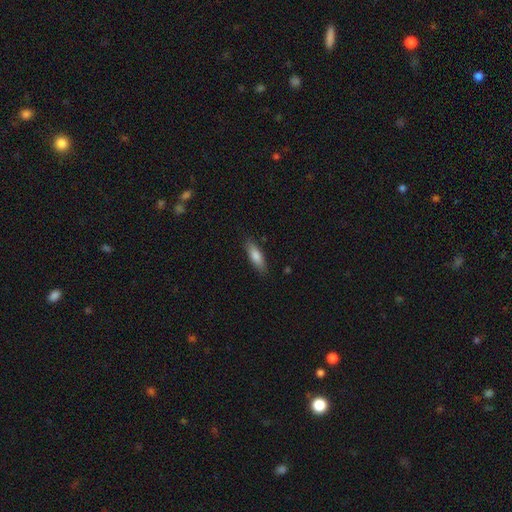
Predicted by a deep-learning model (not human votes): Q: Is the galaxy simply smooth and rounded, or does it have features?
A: smooth — 79%.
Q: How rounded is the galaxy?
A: in between — 49%, tied with cigar-shaped.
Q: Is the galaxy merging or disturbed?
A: none — 86%.